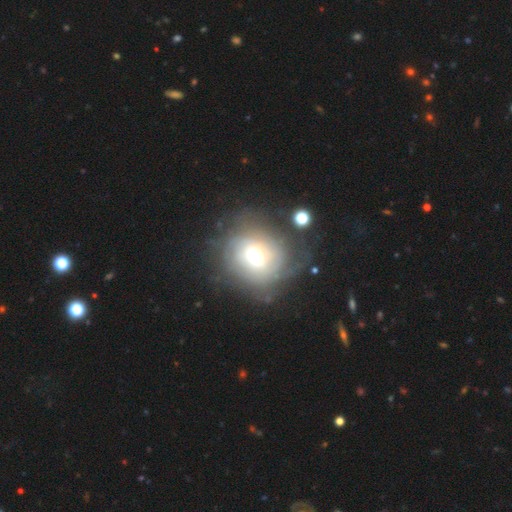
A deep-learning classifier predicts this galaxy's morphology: Smooth or featured? featured or disk (55%)
Edge-on disk? no (96%)
Bar? no (70%)
Spiral arms? yes (64%)
Bulge size? moderate (64%)
Merging? none (58%)